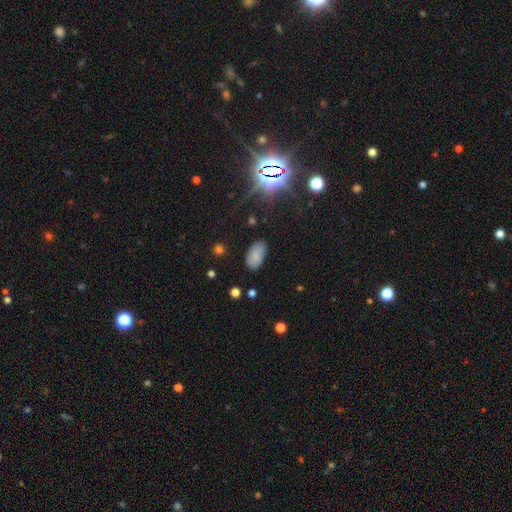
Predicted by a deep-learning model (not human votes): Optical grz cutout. It shows a smooth galaxy with no disk features (76%) that is in between round and cigar-shaped (94%). Merging: none (78%).